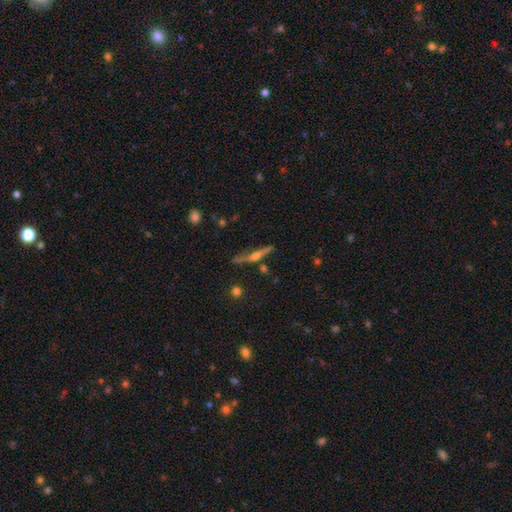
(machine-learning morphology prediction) featured or disk 71%, smooth 21%, star or artifact 8%. Down the decision tree: edge-on disk — yes (95%); edge-on bulge — rounded (85%); merging — none (73%).